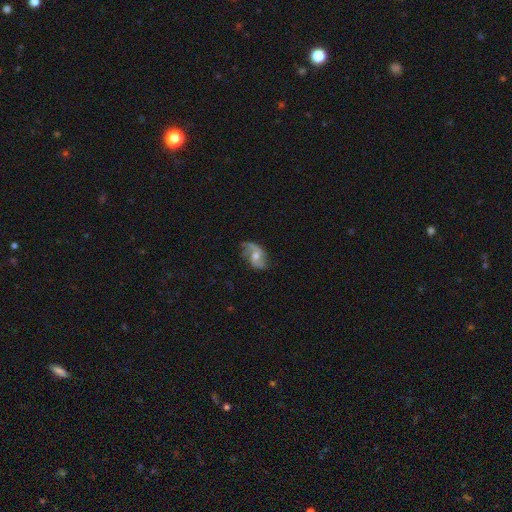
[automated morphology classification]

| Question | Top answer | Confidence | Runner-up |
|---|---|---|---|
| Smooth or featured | featured or disk | 76% | smooth (17%) |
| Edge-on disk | no | 96% | yes (4%) |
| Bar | no | 58% | weak (34%) |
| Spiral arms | yes | 92% | no (8%) |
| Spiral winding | loose | 54% | medium (34%) |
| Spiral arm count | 2 | 79% | 1 (10%) |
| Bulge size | moderate | 62% | small (32%) |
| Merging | none | 60% | minor disturbance (25%) |